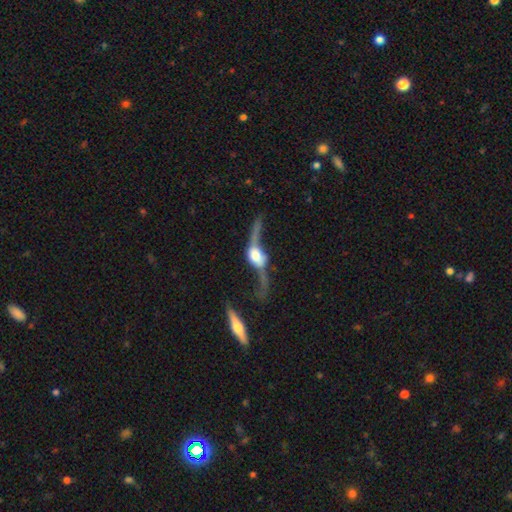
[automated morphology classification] Smooth or featured? Predicted: featured or disk (p=0.81). Edge-on disk? Predicted: yes (p=0.56). Merging? Predicted: none (p=0.36).